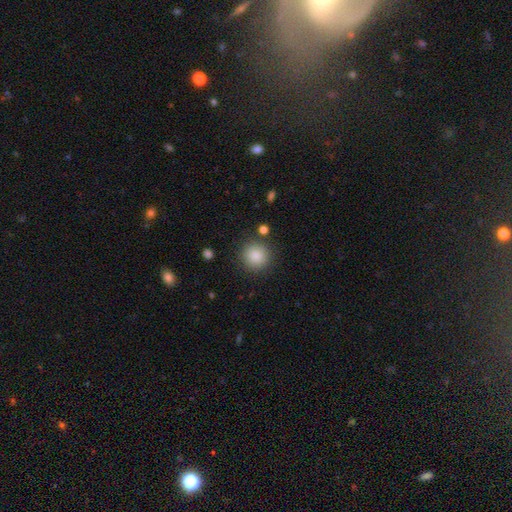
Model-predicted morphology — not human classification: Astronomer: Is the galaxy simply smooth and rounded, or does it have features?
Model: smooth — 87%.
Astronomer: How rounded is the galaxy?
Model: round — 94%.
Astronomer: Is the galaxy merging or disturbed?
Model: none — 88%.